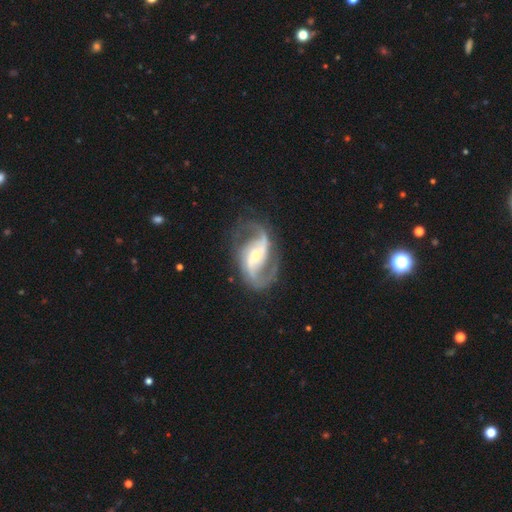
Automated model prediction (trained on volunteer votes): The model was most divided on "spiral winding": loose: 46%, medium: 44%, tight: 10%. Remaining: spiral arms — yes (97%); edge-on disk — no (97%); spiral arm count — 2 (91%); smooth or featured — featured or disk (90%); merging — none (75%); bulge size — small (50%); bar — weak (38%).